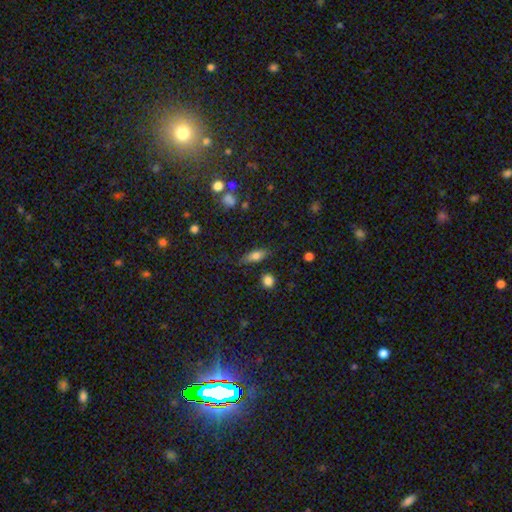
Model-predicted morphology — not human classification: type=smooth (71%); roundness=in between (65%); merging=none (76%).